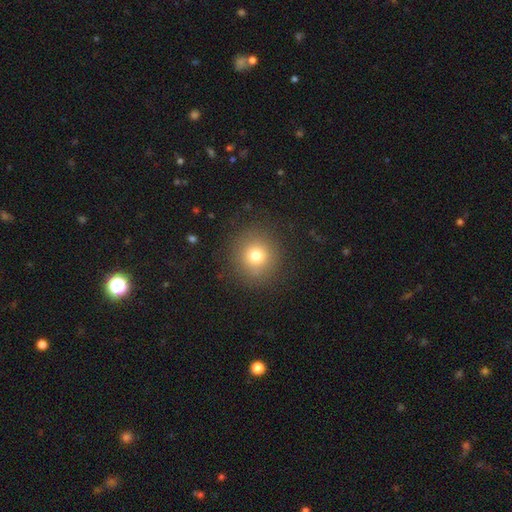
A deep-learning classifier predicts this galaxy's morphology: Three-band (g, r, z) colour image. It shows a smooth galaxy with no disk features (77%) that is round (91%). Merging: none (87%).